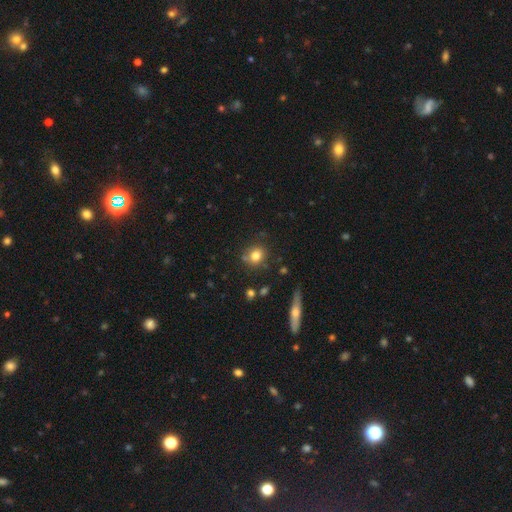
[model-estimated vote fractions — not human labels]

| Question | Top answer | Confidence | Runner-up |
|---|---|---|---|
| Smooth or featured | smooth | 78% | star or artifact (12%) |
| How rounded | round | 78% | in between (21%) |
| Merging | none | 74% | minor disturbance (14%) |